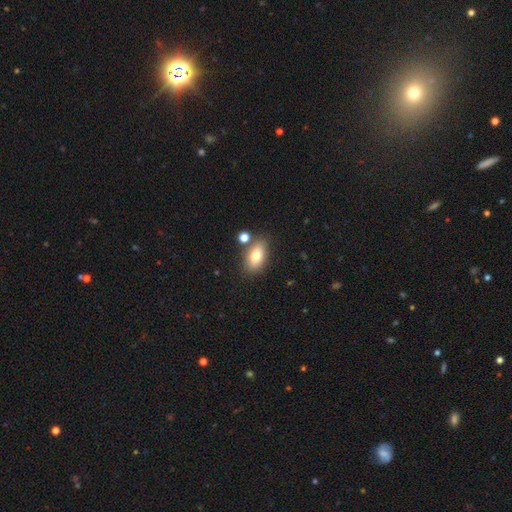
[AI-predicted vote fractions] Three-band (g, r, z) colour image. It shows a smooth galaxy with no disk features (75%) that is in between round and cigar-shaped (88%). Merging: none (75%).